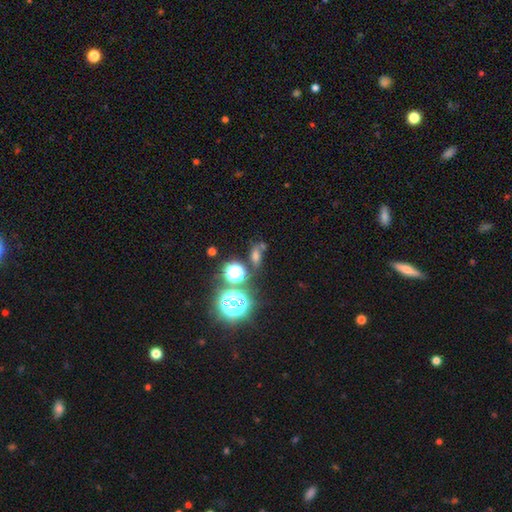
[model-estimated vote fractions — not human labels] Smooth or featured? Predicted: smooth (p=0.44). Merging? Predicted: none (p=0.59).